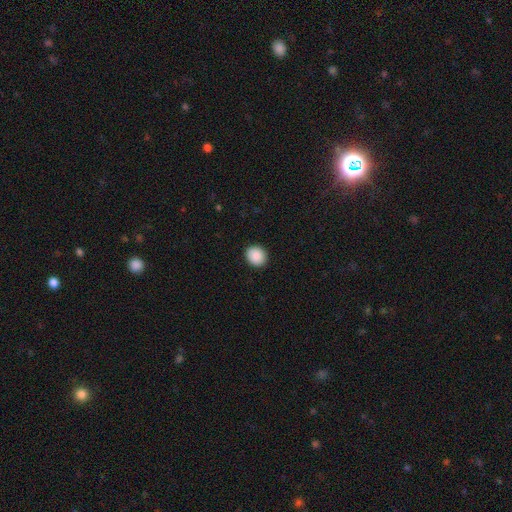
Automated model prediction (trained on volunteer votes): smooth 90%, star or artifact 8%, featured or disk 3%. Down the decision tree: how rounded — round (80%); merging — none (91%).